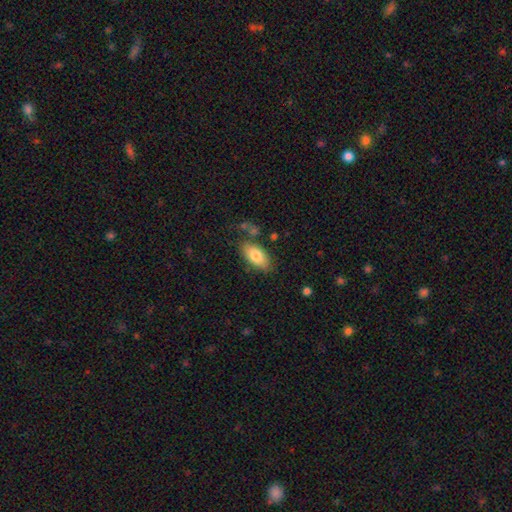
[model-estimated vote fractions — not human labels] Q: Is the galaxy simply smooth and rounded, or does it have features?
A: smooth — 80%.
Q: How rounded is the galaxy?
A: in between — 91%.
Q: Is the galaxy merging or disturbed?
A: none — 73%.